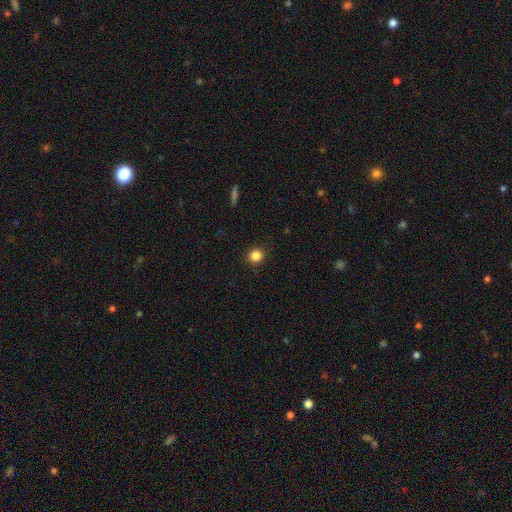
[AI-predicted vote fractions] A smooth galaxy with no disk features (85%) that is round (90%).

Vote fractions:
- Smooth or featured? smooth: 85% / star or artifact: 11% / featured or disk: 4%
- How rounded? round: 90% / in between: 9% / cigar-shaped: 1%
- Merging? none: 91% / minor disturbance: 6% / major disturbance: 2% / merger: 1%